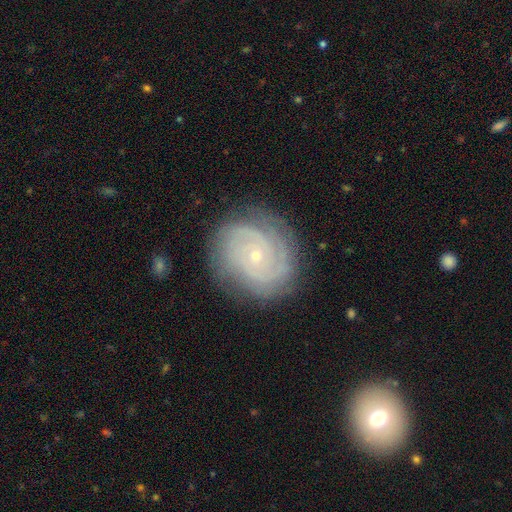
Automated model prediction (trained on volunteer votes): Q: Smooth or featured?
A: featured or disk (86%); runner-up: smooth (8%)
Q: Edge-on disk?
A: no (98%); runner-up: yes (2%)
Q: Bar?
A: no (79%); runner-up: weak (17%)
Q: Spiral arms?
A: yes (97%); runner-up: no (3%)
Q: Spiral winding?
A: tight (78%); runner-up: medium (19%)
Q: Spiral arm count?
A: 2 (30%); runner-up: 3 (24%)
Q: Bulge size?
A: small (83%); runner-up: moderate (14%)
Q: Merging?
A: none (83%); runner-up: minor disturbance (13%)